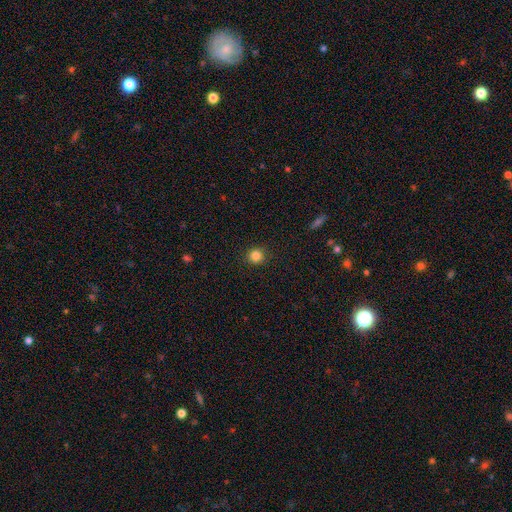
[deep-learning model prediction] smooth-or-featured: smooth: 85% | star or artifact: 11% | featured or disk: 4%
  how-rounded: round: 92% | in between: 7% | cigar-shaped: 1%
  merging: none: 92% | minor disturbance: 5% | major disturbance: 2% | merger: 1%